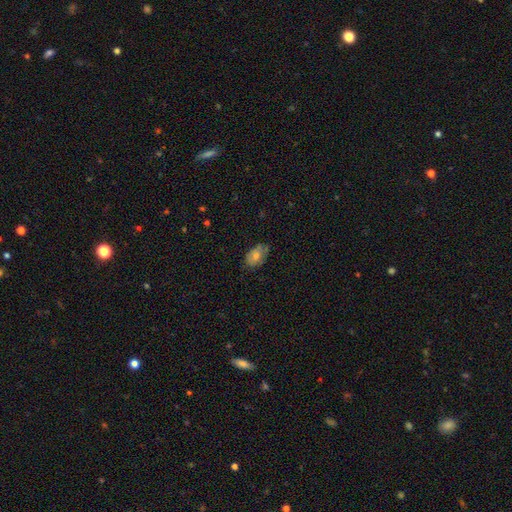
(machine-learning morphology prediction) Q: Smooth or featured?
A: smooth (62%); runner-up: featured or disk (28%)
Q: How rounded?
A: in between (86%); runner-up: round (13%)
Q: Merging?
A: none (71%); runner-up: minor disturbance (24%)